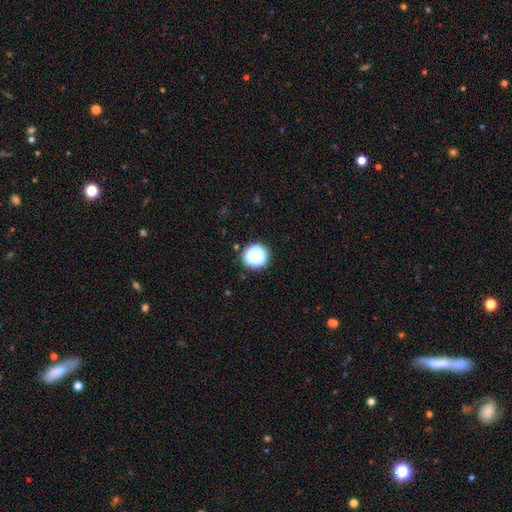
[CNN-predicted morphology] Smooth or featured? smooth (74%)
How rounded? round (91%)
Merging? none (76%)